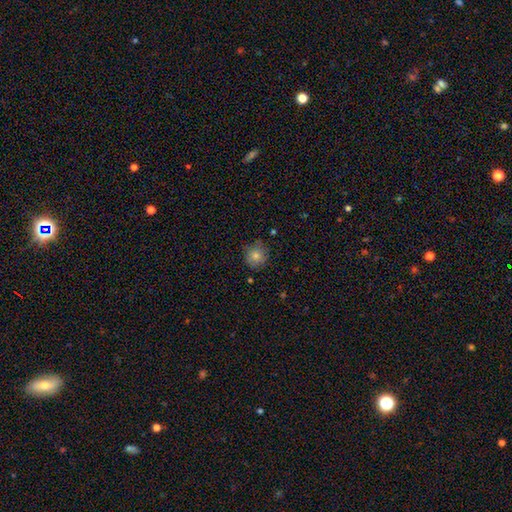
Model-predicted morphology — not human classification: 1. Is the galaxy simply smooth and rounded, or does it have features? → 75% smooth, 13% star or artifact, 12% featured or disk.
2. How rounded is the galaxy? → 91% round, 8% in between, 1% cigar-shaped.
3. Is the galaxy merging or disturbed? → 81% none, 15% minor disturbance, 3% major disturbance, 2% merger.